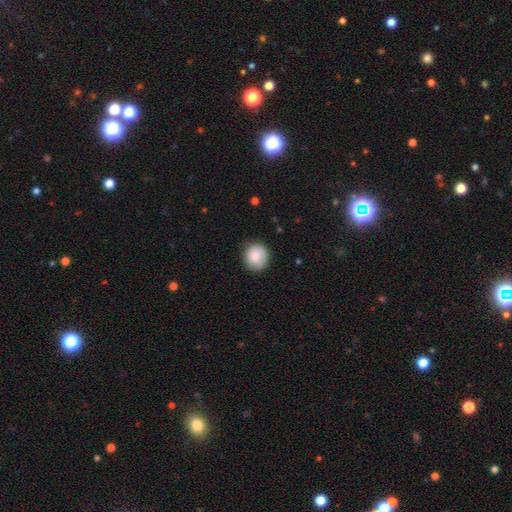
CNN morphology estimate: Overall: smooth (85%). How rounded: round (91%). Merging: none (85%).